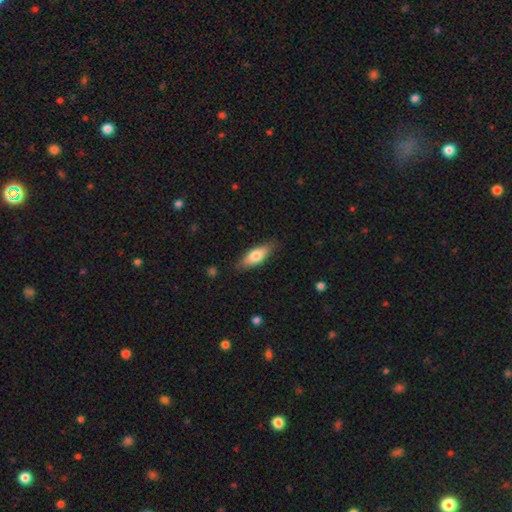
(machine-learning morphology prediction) Smooth or featured? Predicted: smooth (p=0.73). How rounded? Predicted: in between (p=0.71). Merging? Predicted: none (p=0.83).